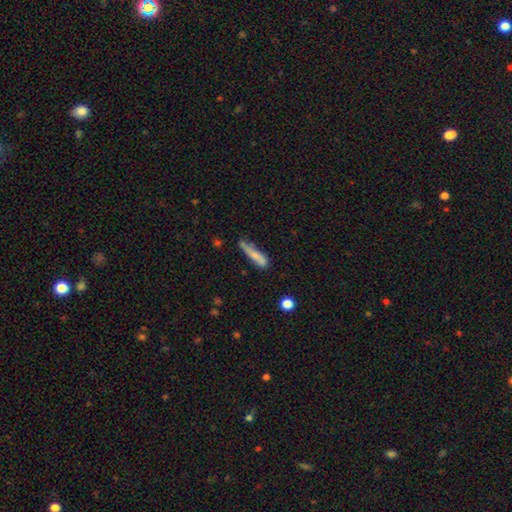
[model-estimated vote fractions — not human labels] Smooth or featured: smooth — 70% (featured or disk — 23%)
How rounded: cigar-shaped — 83% (in between — 15%)
Merging: none — 49% (minor disturbance — 29%)